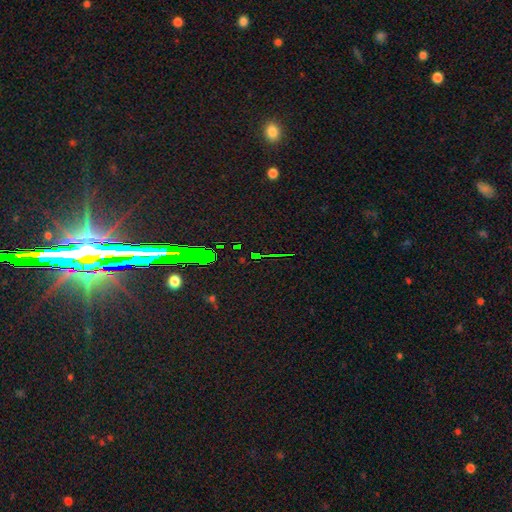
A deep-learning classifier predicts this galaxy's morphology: smooth_or_featured: star or artifact (p=0.76) [alt: smooth p=0.13]